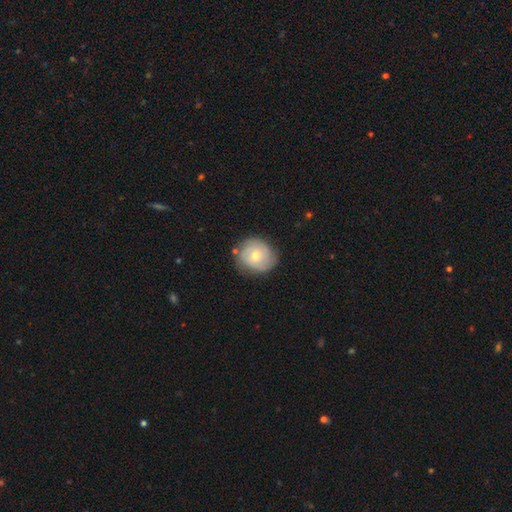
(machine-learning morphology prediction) This appears to be a featured or disk galaxy (51%). Merging: none (75%).